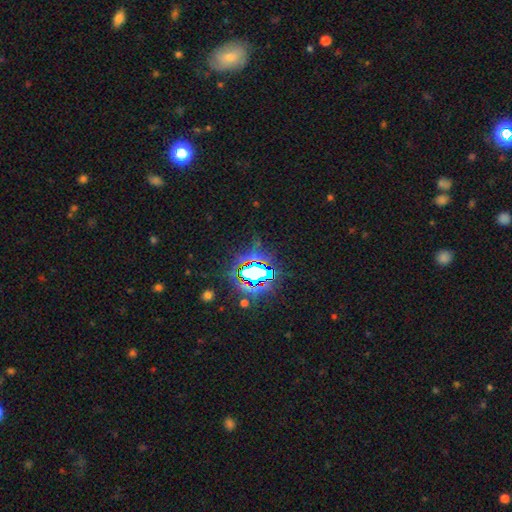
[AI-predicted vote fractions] smooth_or_featured: star or artifact (p=0.83) [alt: smooth p=0.10]